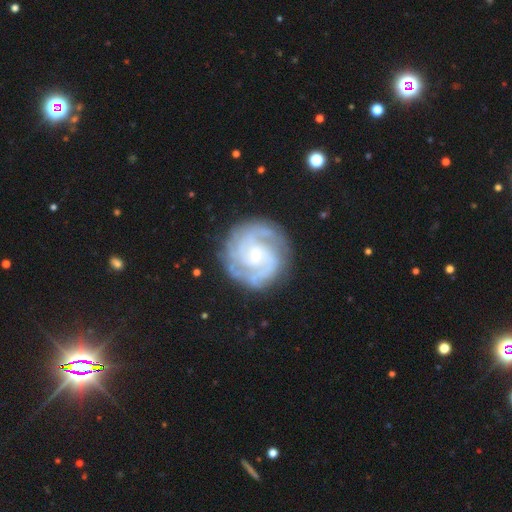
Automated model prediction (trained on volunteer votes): The model was most divided on "bar": no: 49%, weak: 41%, strong: 10%. Remaining: edge-on disk — no (98%); spiral arms — yes (97%); smooth or featured — featured or disk (87%); merging — none (79%); spiral winding — tight (61%); bulge size — small (53%); spiral arm count — 2 (43%).